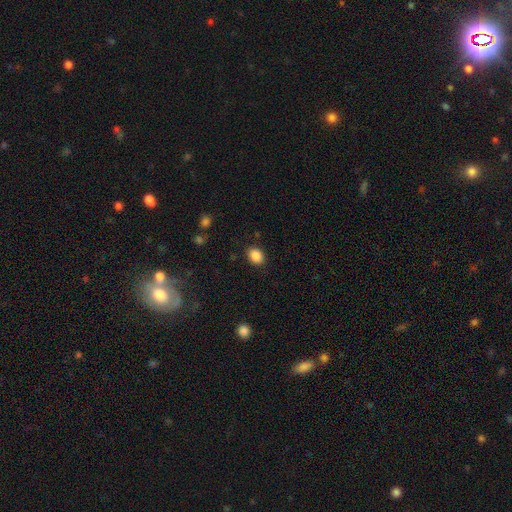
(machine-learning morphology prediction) A smooth galaxy with no disk features (87%) that is in between round and cigar-shaped (60%). Merging: none (87%).